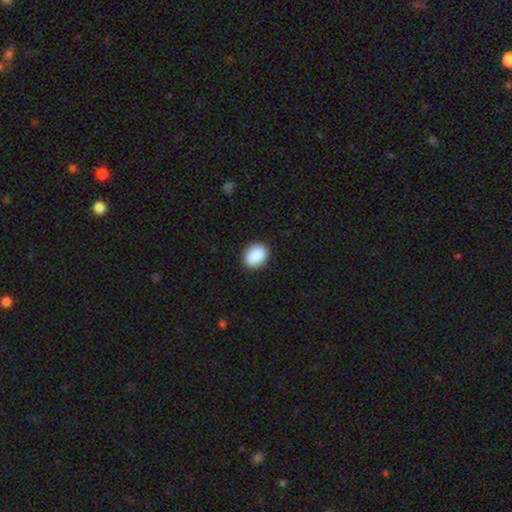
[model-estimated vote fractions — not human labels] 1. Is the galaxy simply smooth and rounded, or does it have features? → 90% smooth, 7% star or artifact, 3% featured or disk.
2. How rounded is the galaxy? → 64% in between, 35% round, 1% cigar-shaped.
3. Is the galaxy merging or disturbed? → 89% none, 8% minor disturbance, 2% major disturbance, 1% merger.